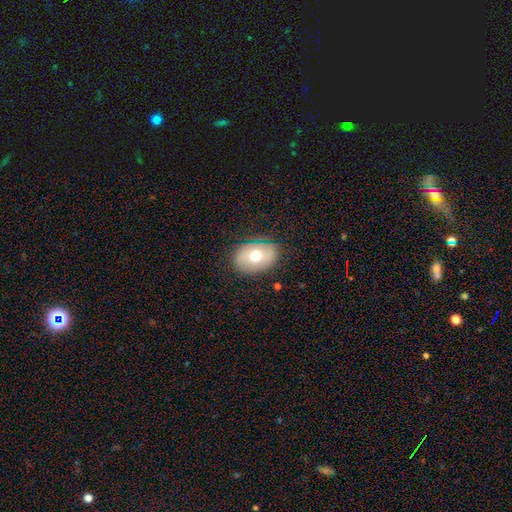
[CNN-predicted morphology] Smooth or featured: smooth — 65% (featured or disk — 27%)
How rounded: in between — 72% (round — 27%)
Merging: none — 83% (minor disturbance — 13%)